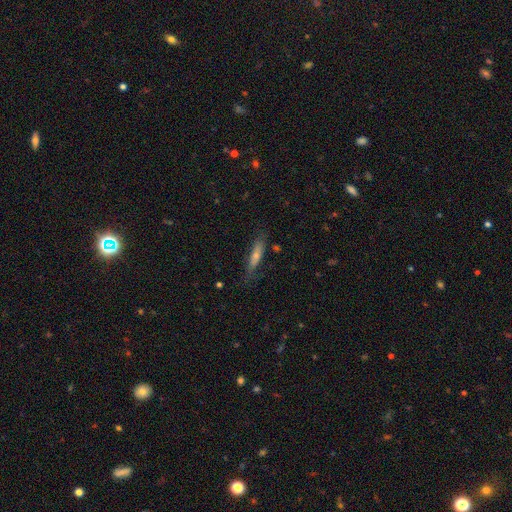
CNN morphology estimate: A smooth galaxy with no disk features (46%).

Vote fractions:
- Smooth or featured? smooth: 46% / featured or disk: 45% / star or artifact: 9%
- Merging? none: 78% / minor disturbance: 17% / major disturbance: 4% / merger: 2%